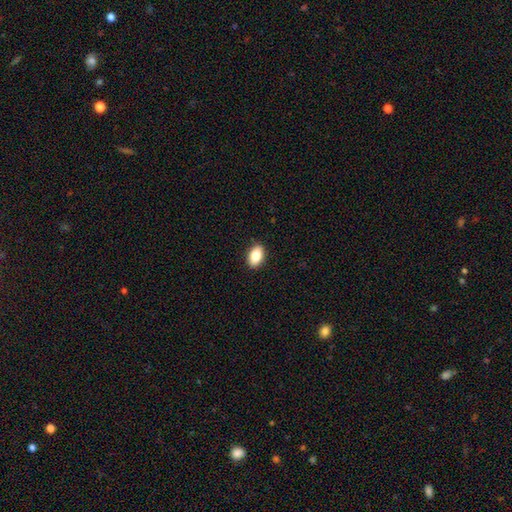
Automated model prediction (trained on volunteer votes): smooth 83%, featured or disk 9%, star or artifact 7%. Down the decision tree: how rounded — in between (89%); merging — none (89%).